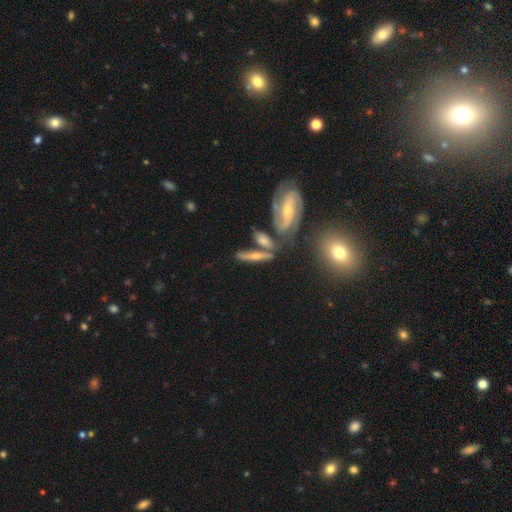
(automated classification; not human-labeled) The model was most divided on "edge-on disk": yes: 63%, no: 37%. More confident: smooth or featured — featured or disk (63%); merging — none (58%).